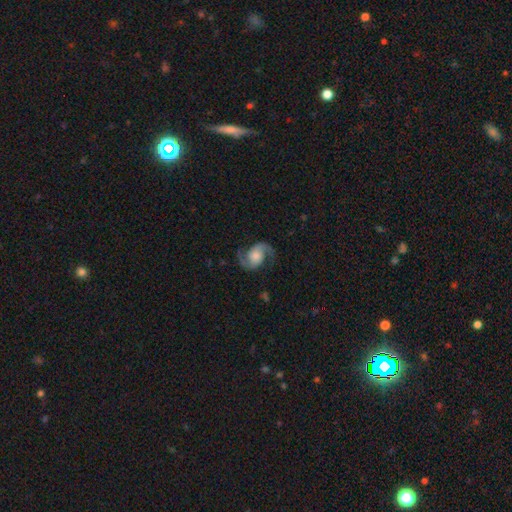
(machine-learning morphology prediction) Smooth or featured? Predicted: featured or disk (p=0.88). Edge-on disk? Predicted: no (p=0.98). Bar? Predicted: no (p=0.65). Spiral arms? Predicted: yes (p=0.98). Spiral winding? Predicted: medium (p=0.49). Spiral arm count? Predicted: 2 (p=0.94). Bulge size? Predicted: moderate (p=0.32). Merging? Predicted: none (p=0.80).